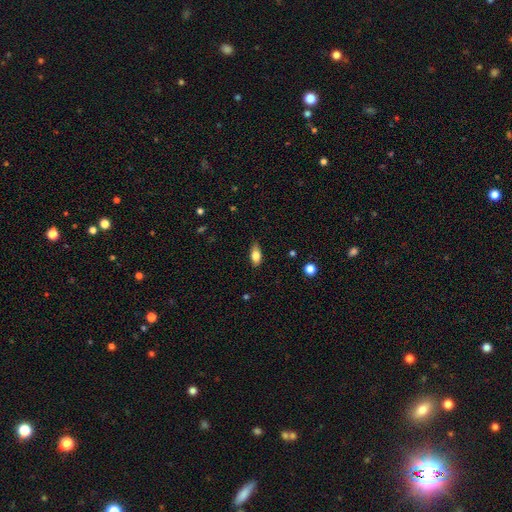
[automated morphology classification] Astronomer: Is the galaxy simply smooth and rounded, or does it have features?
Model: smooth — 79%.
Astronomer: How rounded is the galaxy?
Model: in between — 85%.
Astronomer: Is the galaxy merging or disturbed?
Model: none — 77%.